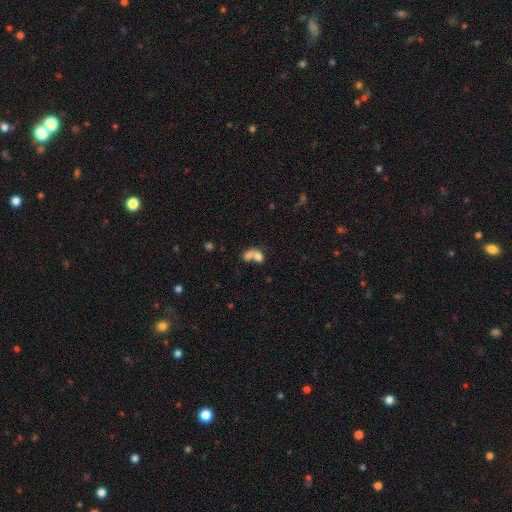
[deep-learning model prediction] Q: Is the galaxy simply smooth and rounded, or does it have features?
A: smooth — 73%.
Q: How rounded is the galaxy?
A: in between — 66%.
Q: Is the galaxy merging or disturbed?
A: merger — 72%.